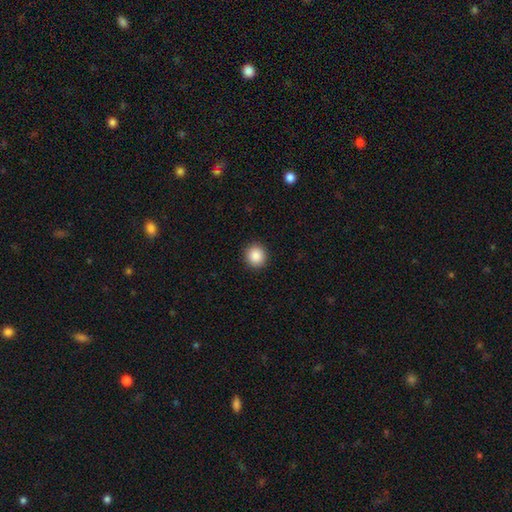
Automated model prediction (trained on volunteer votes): Q: Smooth or featured?
A: smooth (88%); runner-up: star or artifact (9%)
Q: How rounded?
A: round (90%); runner-up: in between (9%)
Q: Merging?
A: none (92%); runner-up: minor disturbance (5%)